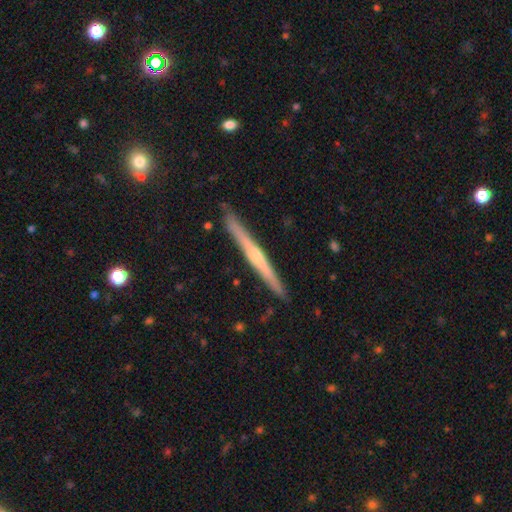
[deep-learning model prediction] Morphology: type=featured or disk (63%); edge-on=yes (98%); edge-on bulge=none (46%); merging=none (90%).